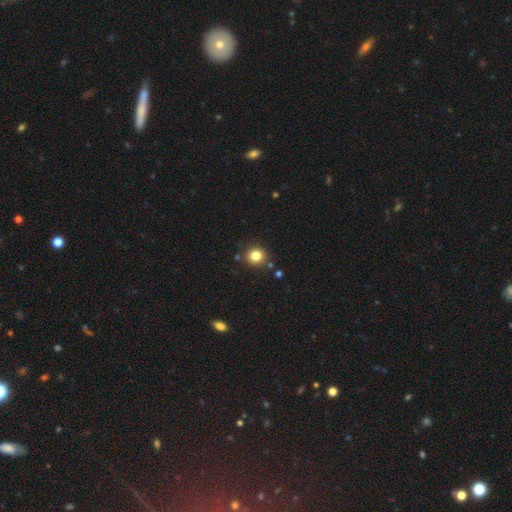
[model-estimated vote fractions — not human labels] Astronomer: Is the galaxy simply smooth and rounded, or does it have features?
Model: smooth — 82%.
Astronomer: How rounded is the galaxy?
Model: round — 90%.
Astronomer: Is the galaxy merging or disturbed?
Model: none — 85%.